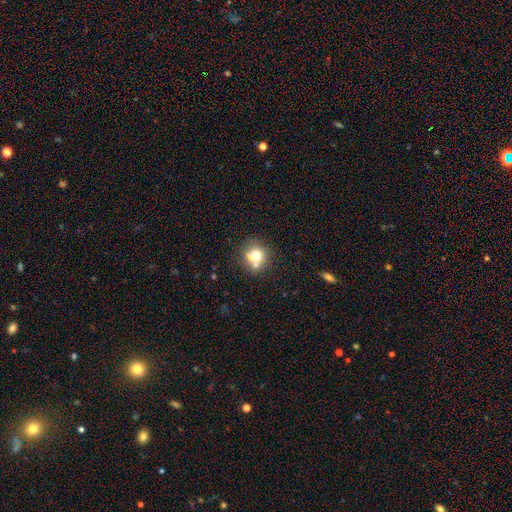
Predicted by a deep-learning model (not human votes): smooth 69%, featured or disk 19%, star or artifact 12%. Down the decision tree: how rounded — round (84%); merging — none (54%).